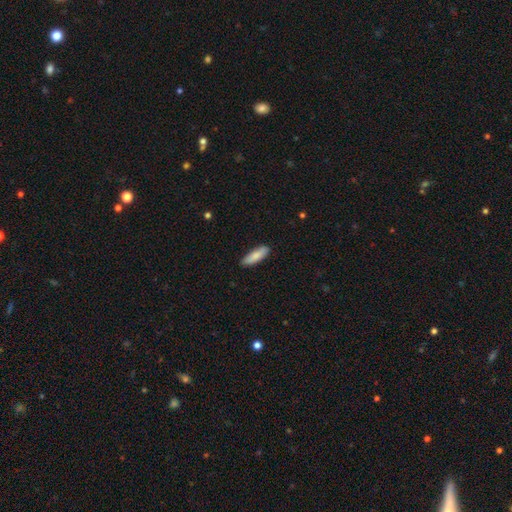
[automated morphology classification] The model was most divided on "how rounded": in between: 50%, cigar-shaped: 48%, round: 2%. More confident: merging — none (87%); smooth or featured — smooth (84%).